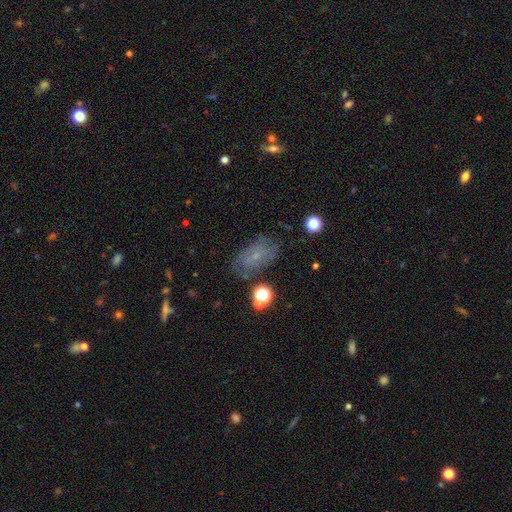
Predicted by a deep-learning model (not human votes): The model was most divided on "smooth or featured": featured or disk: 51%, smooth: 35%, star or artifact: 14%. More confident: edge-on disk — no (93%); merging — none (68%).